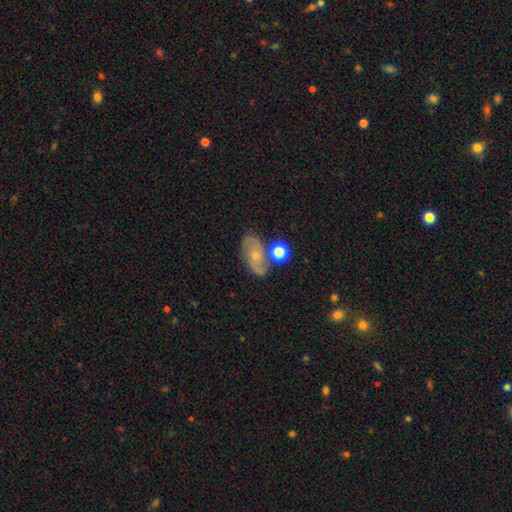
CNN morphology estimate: This is likely a featured or disk galaxy (66%). It is clearly not viewed edge-on (95%). Bar: likely no (76%). Spiral arm pattern: clearly yes (86%). Spiral arm count: likely 2 (79%). Spiral winding: possibly medium (45%). Central bulge: likely small (67%). Merging: likely none (66%).